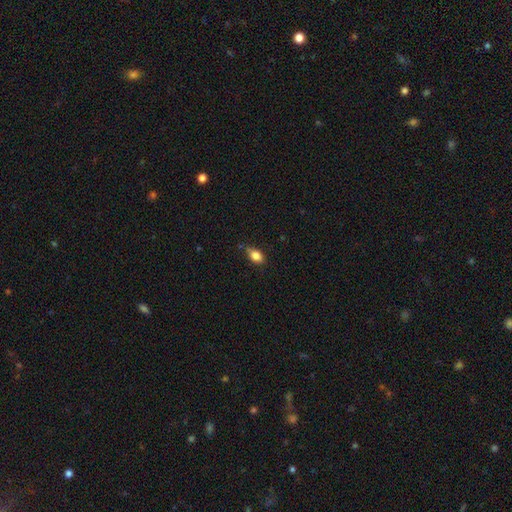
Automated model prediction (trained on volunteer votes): smooth 83%, star or artifact 9%, featured or disk 8%. Down the decision tree: how rounded — in between (76%); merging — none (60%).